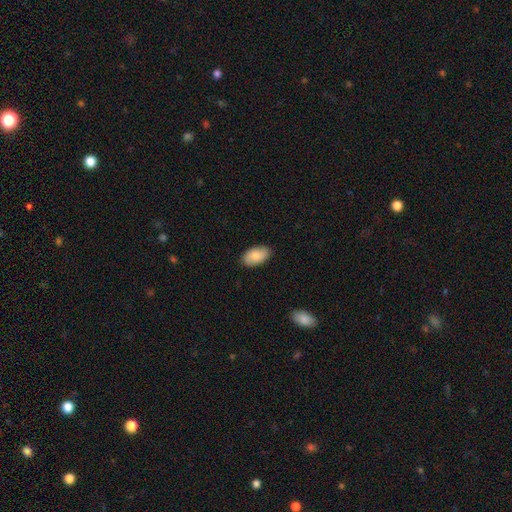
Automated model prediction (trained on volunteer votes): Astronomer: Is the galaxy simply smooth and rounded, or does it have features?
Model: smooth — 83%.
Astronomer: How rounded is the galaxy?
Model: in between — 94%.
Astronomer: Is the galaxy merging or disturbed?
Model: none — 86%.